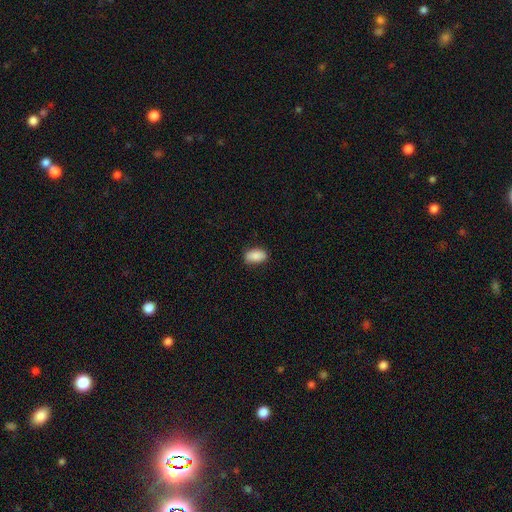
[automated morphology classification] smooth-or-featured: smooth: 89% | star or artifact: 7% | featured or disk: 4%
  how-rounded: in between: 92% | round: 5% | cigar-shaped: 2%
  merging: none: 84% | minor disturbance: 13% | major disturbance: 2% | merger: 1%